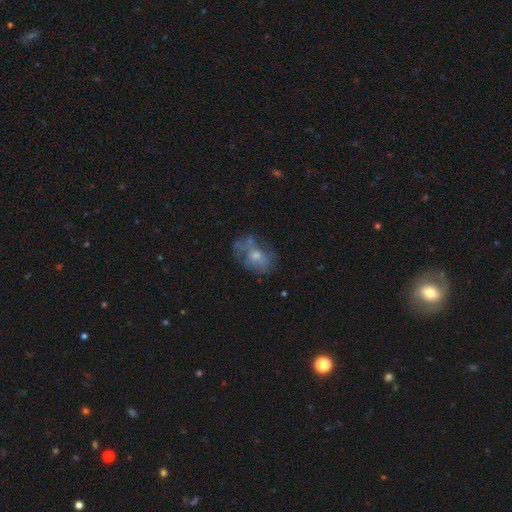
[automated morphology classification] type=featured or disk (45%); merging=none (47%).